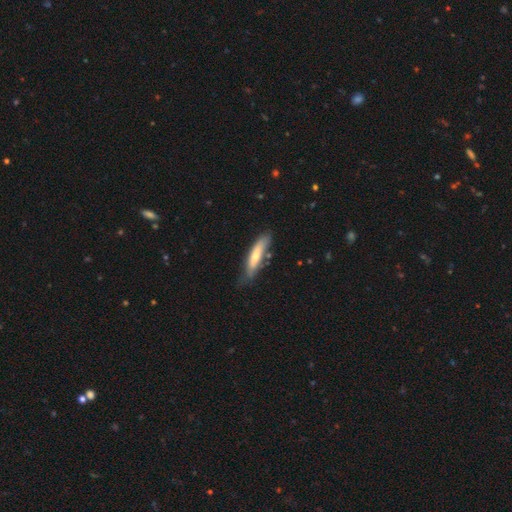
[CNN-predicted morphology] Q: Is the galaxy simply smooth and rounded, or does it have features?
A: smooth — 62%.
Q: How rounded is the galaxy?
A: cigar-shaped — 74%.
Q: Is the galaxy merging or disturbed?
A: none — 62%.